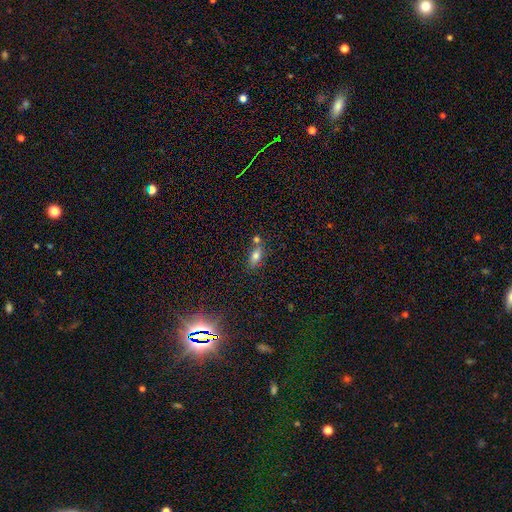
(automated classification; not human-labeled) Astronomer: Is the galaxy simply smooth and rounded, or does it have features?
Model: smooth — 74%.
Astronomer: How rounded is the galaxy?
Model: in between — 81%.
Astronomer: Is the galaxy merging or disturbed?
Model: none — 54% (runner-up: merger, 29%).